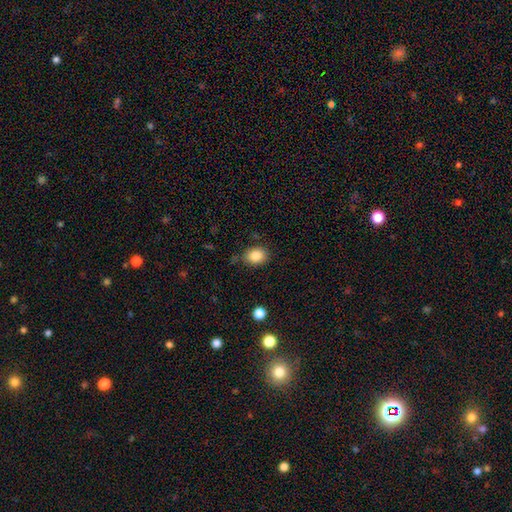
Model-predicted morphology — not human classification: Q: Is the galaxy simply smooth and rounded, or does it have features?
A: smooth — 86%.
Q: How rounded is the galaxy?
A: in between — 56%.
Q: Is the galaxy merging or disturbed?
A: none — 80%.